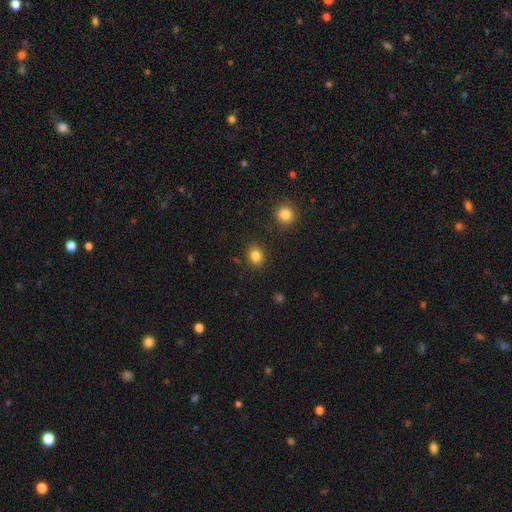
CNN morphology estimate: A smooth galaxy with no disk features (84%) that is round (60%).

Vote fractions:
- Smooth or featured? smooth: 84% / star or artifact: 11% / featured or disk: 5%
- How rounded? round: 60% / in between: 39% / cigar-shaped: 1%
- Merging? none: 86% / minor disturbance: 9% / major disturbance: 3% / merger: 3%